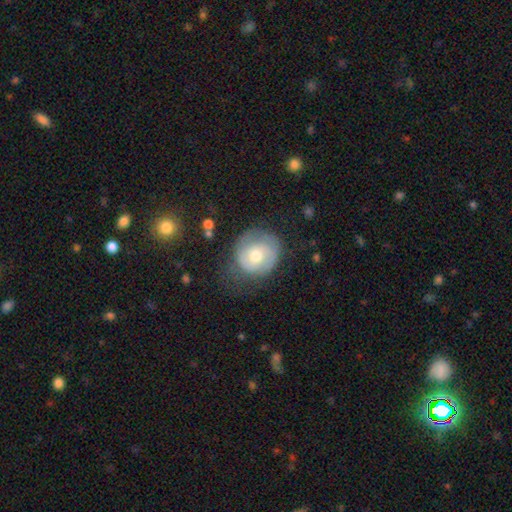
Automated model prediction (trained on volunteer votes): Morphology: type=featured or disk (53%); edge-on=no (97%); bar=no (68%); spiral arms=yes (74%); bulge=moderate (65%); merging=none (60%).